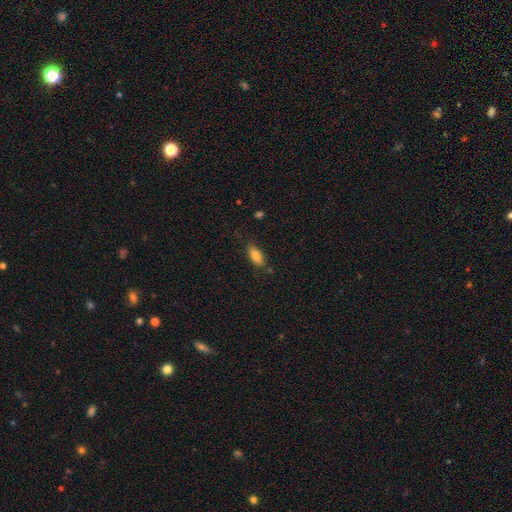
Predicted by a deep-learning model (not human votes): This appears to be a smooth galaxy with no disk features (84%) that is in between round and cigar-shaped (83%). Merging: none (80%).